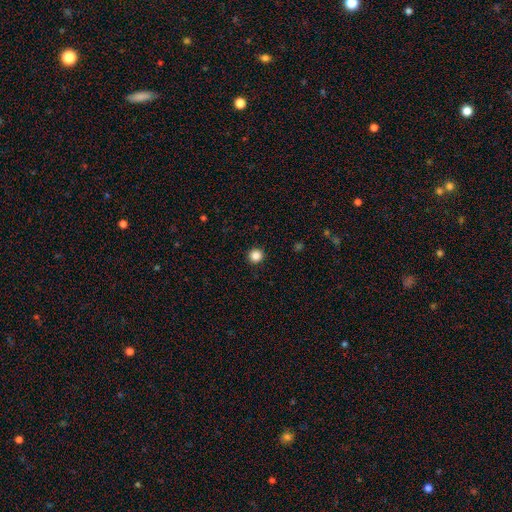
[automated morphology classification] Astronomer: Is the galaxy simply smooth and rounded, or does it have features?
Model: smooth — 86%.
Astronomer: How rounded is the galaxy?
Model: round — 96%.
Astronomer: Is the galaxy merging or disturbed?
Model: none — 93%.